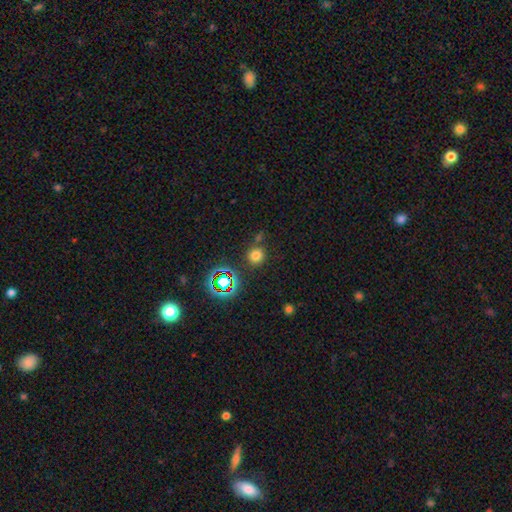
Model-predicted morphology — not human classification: smooth-or-featured: smooth: 71% | star or artifact: 22% | featured or disk: 7%
  how-rounded: round: 91% | in between: 8% | cigar-shaped: 1%
  merging: none: 78% | minor disturbance: 10% | merger: 9% | major disturbance: 4%